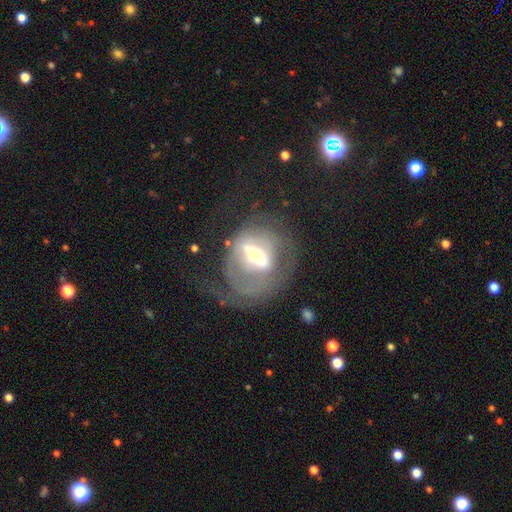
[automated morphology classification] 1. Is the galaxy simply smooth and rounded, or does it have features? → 72% featured or disk, 20% smooth, 8% star or artifact.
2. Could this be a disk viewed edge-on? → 88% no, 12% yes.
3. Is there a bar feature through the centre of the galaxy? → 63% strong, 26% weak, 11% no.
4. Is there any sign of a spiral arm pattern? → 61% yes, 39% no.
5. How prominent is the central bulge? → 48% moderate, 23% small, 22% large, 4% dominant, 3% none.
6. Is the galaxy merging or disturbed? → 40% major disturbance, 39% none, 17% minor disturbance, 4% merger.